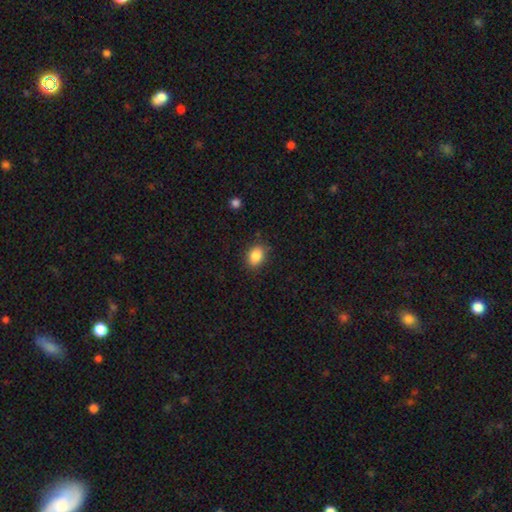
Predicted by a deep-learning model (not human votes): Smooth or featured: smooth — 87% (star or artifact — 9%)
How rounded: in between — 70% (round — 29%)
Merging: none — 82% (minor disturbance — 13%)